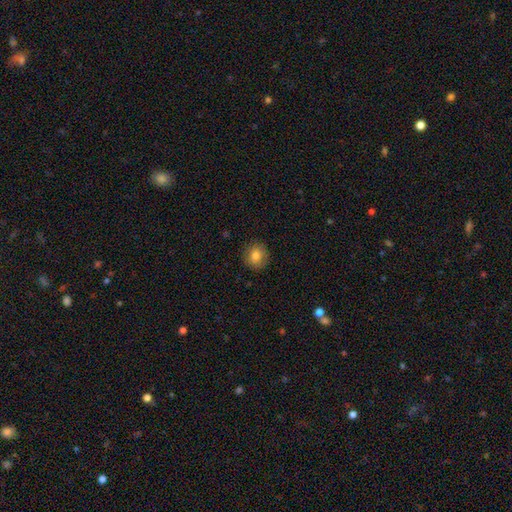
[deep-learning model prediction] Smooth or featured? Predicted: smooth (p=0.80). How rounded? Predicted: round (p=0.88). Merging? Predicted: none (p=0.89).